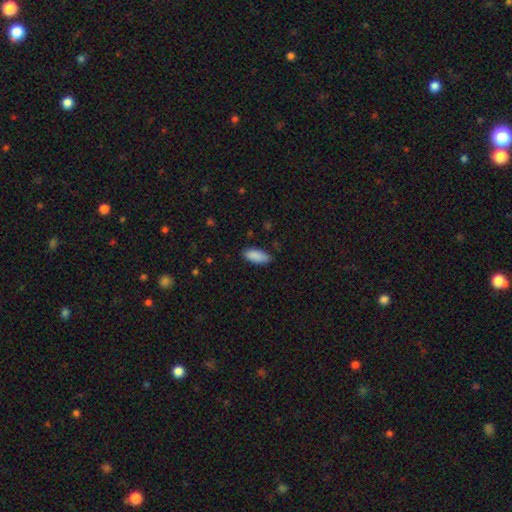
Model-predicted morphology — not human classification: The model was most divided on "how rounded": in between: 85%, cigar-shaped: 13%, round: 2%. More confident: smooth or featured — smooth (90%); merging — none (84%).